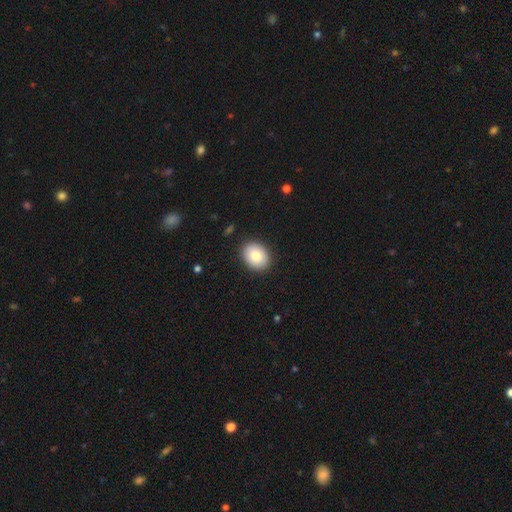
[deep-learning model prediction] This appears to be a smooth galaxy with no disk features (81%) that is in between round and cigar-shaped (61%). Merging: none (90%).